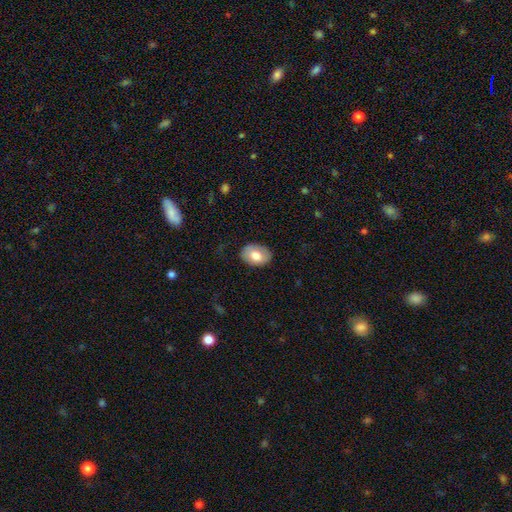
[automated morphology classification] smooth-or-featured: smooth: 74% | featured or disk: 19% | star or artifact: 7%
  how-rounded: in between: 79% | round: 20% | cigar-shaped: 1%
  merging: none: 82% | minor disturbance: 13% | major disturbance: 3% | merger: 1%